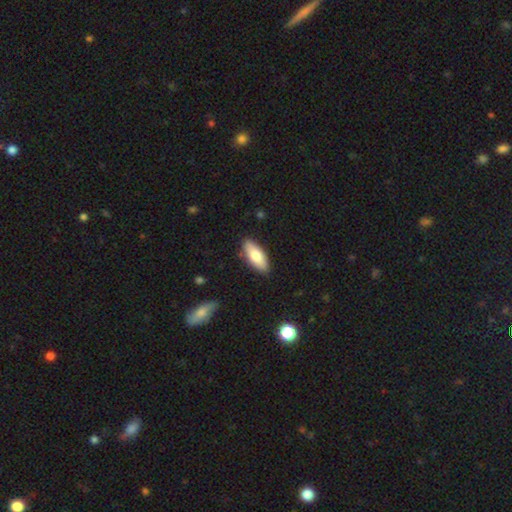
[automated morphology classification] smooth_or_featured: smooth (p=0.80) [alt: featured or disk p=0.15]
how_rounded: in between (p=0.77) [alt: cigar-shaped p=0.21]
merging: none (p=0.86) [alt: minor disturbance p=0.10]